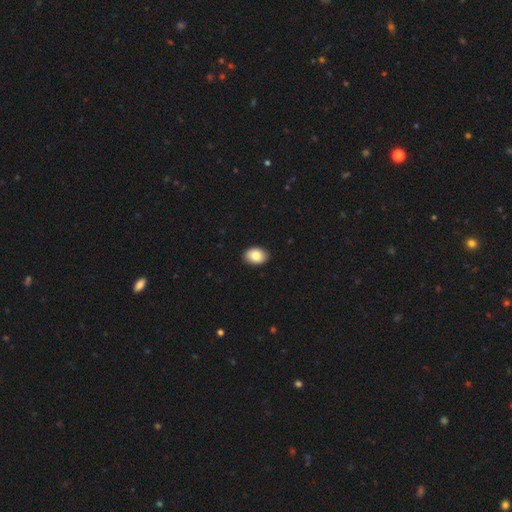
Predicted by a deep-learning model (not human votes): Smooth or featured? Predicted: smooth (p=0.83). How rounded? Predicted: in between (p=0.76). Merging? Predicted: none (p=0.91).